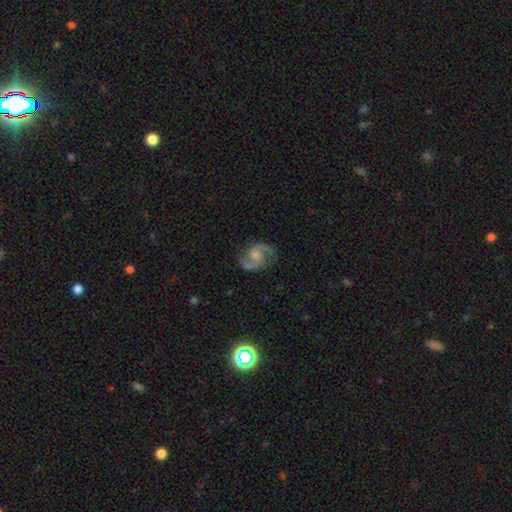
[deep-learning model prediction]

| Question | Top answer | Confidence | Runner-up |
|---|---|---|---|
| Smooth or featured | featured or disk | 89% | smooth (6%) |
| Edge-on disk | no | 98% | yes (2%) |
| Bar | no | 60% | weak (34%) |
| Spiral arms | yes | 98% | no (2%) |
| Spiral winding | medium | 60% | loose (24%) |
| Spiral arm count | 2 | 93% | can't tell (2%) |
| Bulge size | small | 44% | moderate (38%) |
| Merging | none | 79% | minor disturbance (14%) |